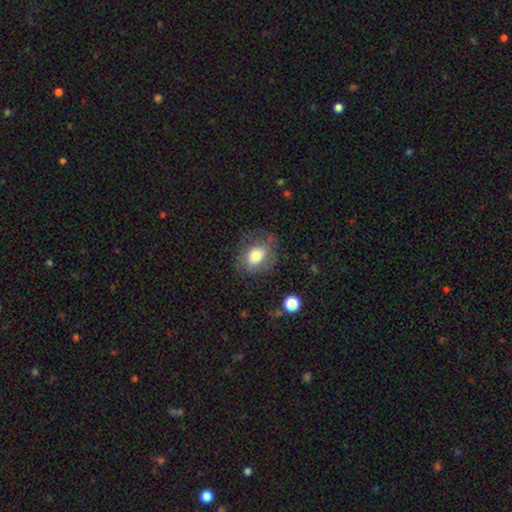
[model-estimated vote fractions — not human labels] A smooth galaxy with no disk features (68%) that is in between round and cigar-shaped (59%). Merging: none (67%).